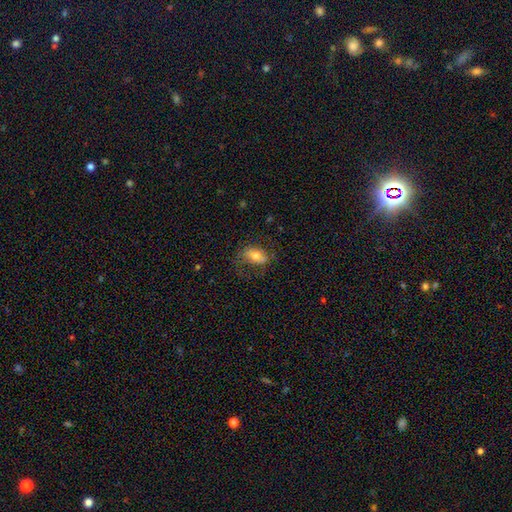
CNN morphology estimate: smooth 60%, featured or disk 32%, star or artifact 9%. Down the decision tree: how rounded — in between (86%); merging — none (60%).